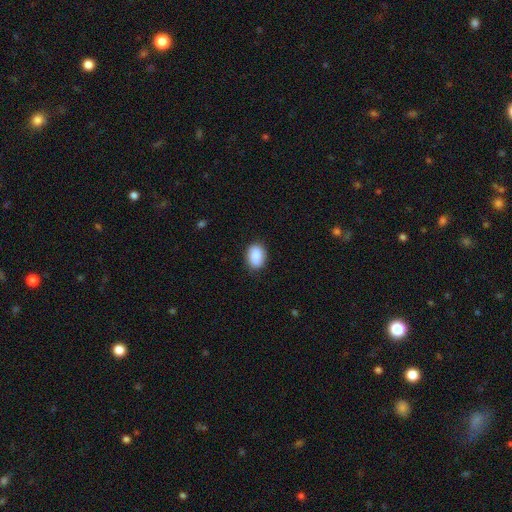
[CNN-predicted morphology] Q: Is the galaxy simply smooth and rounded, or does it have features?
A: smooth — 88%.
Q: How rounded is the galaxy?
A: in between — 77%.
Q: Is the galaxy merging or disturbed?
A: none — 85%.